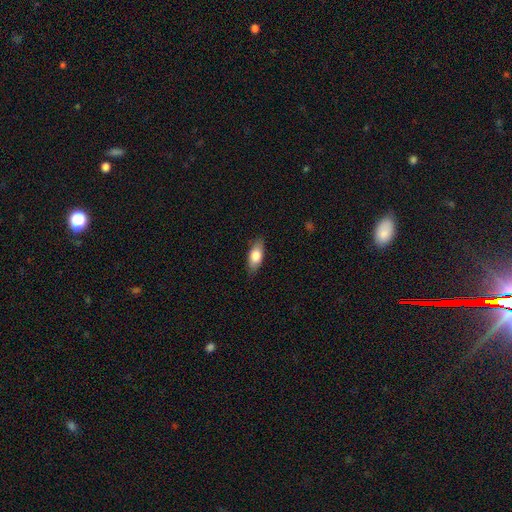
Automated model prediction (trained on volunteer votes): Morphology: type=smooth (76%); roundness=in between (82%); merging=none (84%).